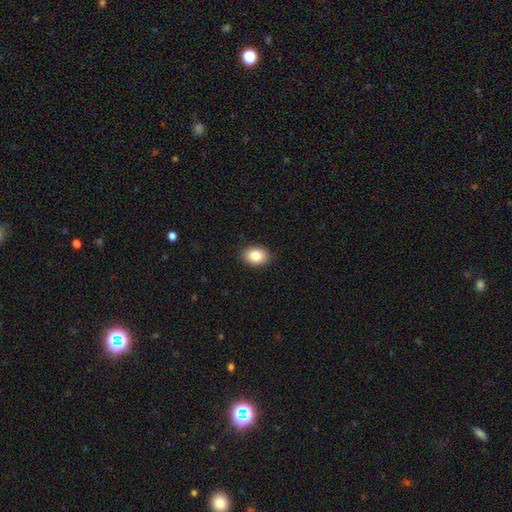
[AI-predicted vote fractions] Smooth or featured?
  - smooth: 86% *
  - star or artifact: 8%
  - featured or disk: 6%
How rounded?
  - in between: 73% *
  - round: 26%
  - cigar-shaped: 1%
Merging?
  - none: 90% *
  - minor disturbance: 8%
  - major disturbance: 2%
  - merger: 1%